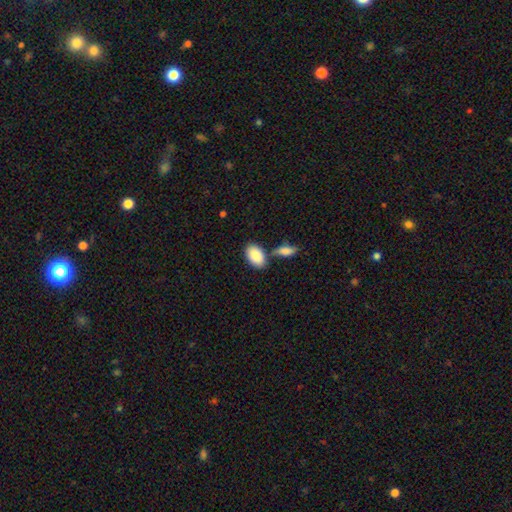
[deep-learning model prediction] The model was most divided on "merging": none: 65%, merger: 19%, minor disturbance: 12%, major disturbance: 3%. More confident: how rounded — in between (93%); smooth or featured — smooth (88%).